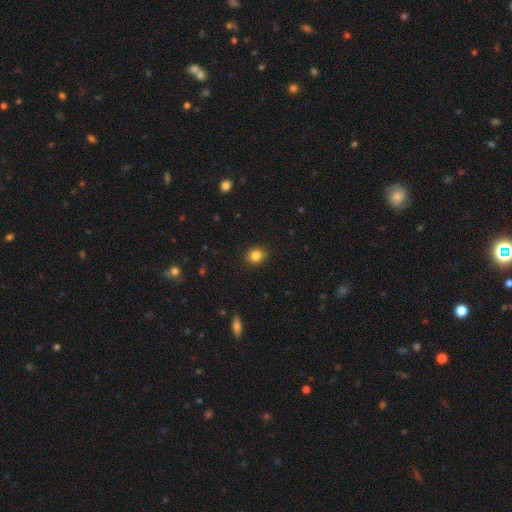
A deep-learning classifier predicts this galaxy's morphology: Smooth or featured? Predicted: smooth (p=0.85). How rounded? Predicted: round (p=0.73). Merging? Predicted: none (p=0.90).